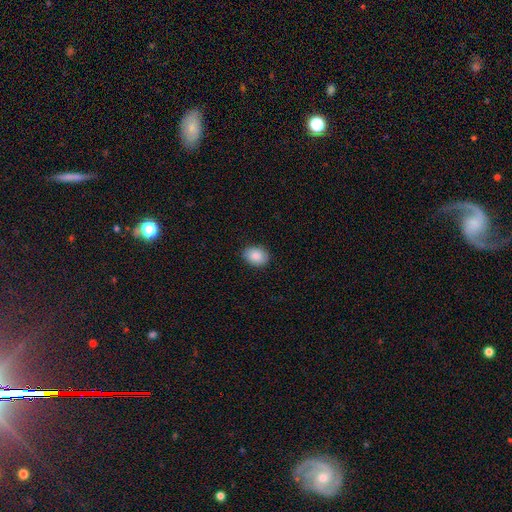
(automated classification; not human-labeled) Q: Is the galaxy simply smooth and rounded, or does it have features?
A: smooth — 87%.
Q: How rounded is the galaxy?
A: in between — 70%.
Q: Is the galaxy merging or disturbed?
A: none — 88%.